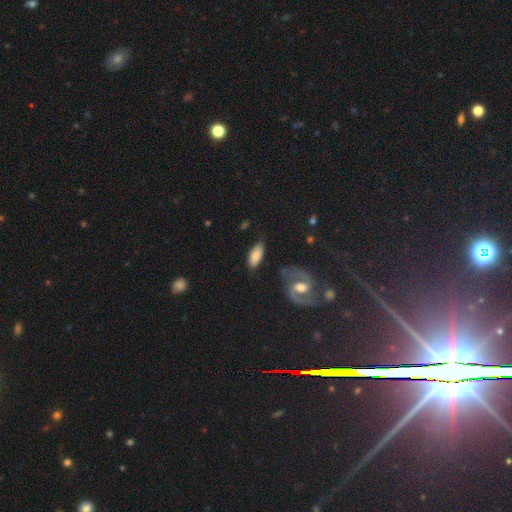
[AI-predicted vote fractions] Smooth or featured?
  - smooth: 72% *
  - featured or disk: 21%
  - star or artifact: 7%
How rounded?
  - in between: 86% *
  - cigar-shaped: 11%
  - round: 3%
Merging?
  - none: 77% *
  - minor disturbance: 15%
  - major disturbance: 5%
  - merger: 4%